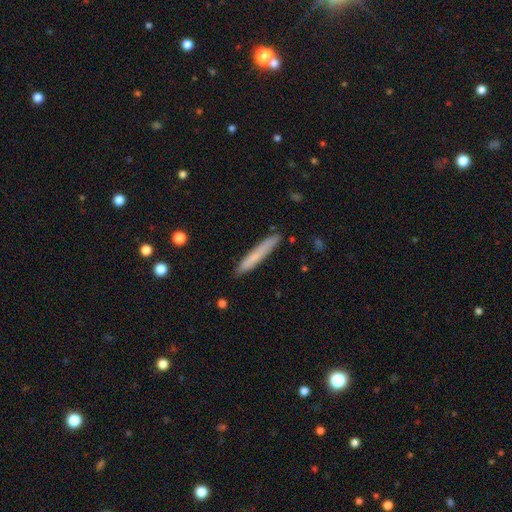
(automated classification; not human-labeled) Q: Smooth or featured?
A: smooth (71%); runner-up: featured or disk (23%)
Q: How rounded?
A: cigar-shaped (95%); runner-up: in between (3%)
Q: Merging?
A: none (86%); runner-up: minor disturbance (10%)